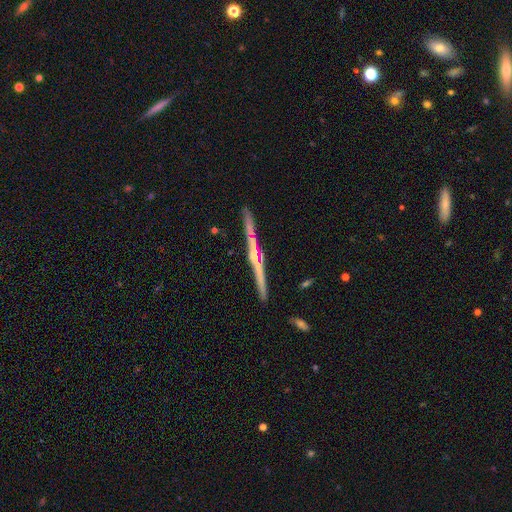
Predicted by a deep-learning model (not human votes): Smooth or featured?
  - featured or disk: 77% *
  - smooth: 17%
  - star or artifact: 6%
Edge-on disk?
  - yes: 98% *
  - no: 2%
Edge-on bulge?
  - rounded: 57% *
  - none: 34%
  - boxy: 9%
Merging?
  - none: 87% *
  - minor disturbance: 8%
  - merger: 3%
  - major disturbance: 2%